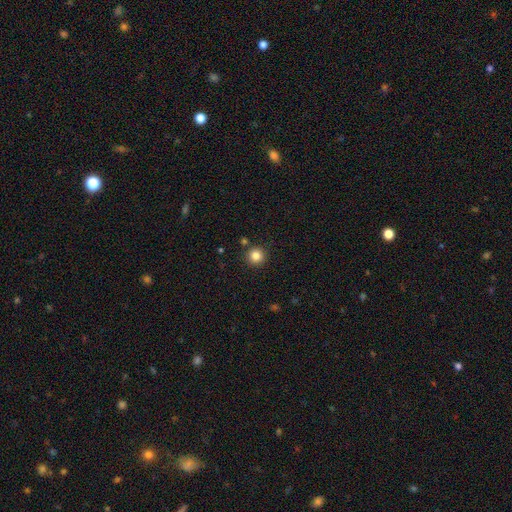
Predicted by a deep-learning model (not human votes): This is clearly a smooth galaxy (83%). How rounded: clearly round (95%). Merging: clearly none (89%).